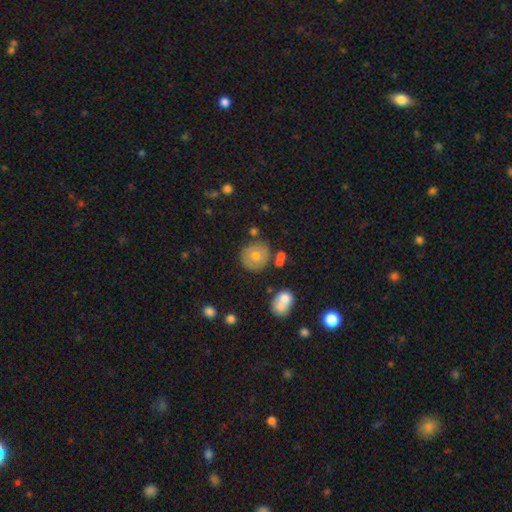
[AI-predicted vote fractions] smooth_or_featured: smooth (p=0.58) [alt: featured or disk p=0.31]
how_rounded: round (p=0.88) [alt: in between p=0.11]
merging: none (p=0.78) [alt: minor disturbance p=0.13]